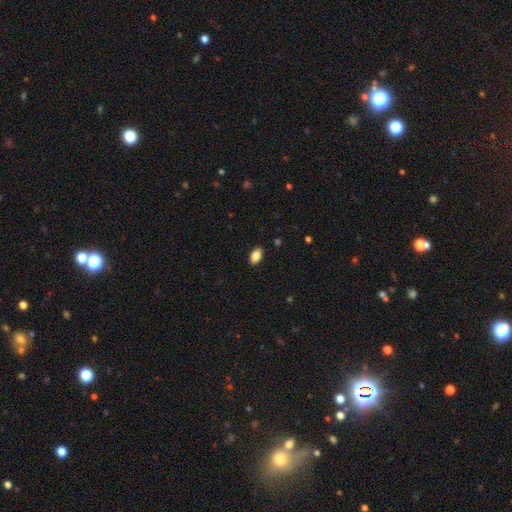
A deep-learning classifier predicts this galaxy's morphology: smooth 86%, star or artifact 8%, featured or disk 6%. Down the decision tree: how rounded — in between (92%); merging — none (89%).